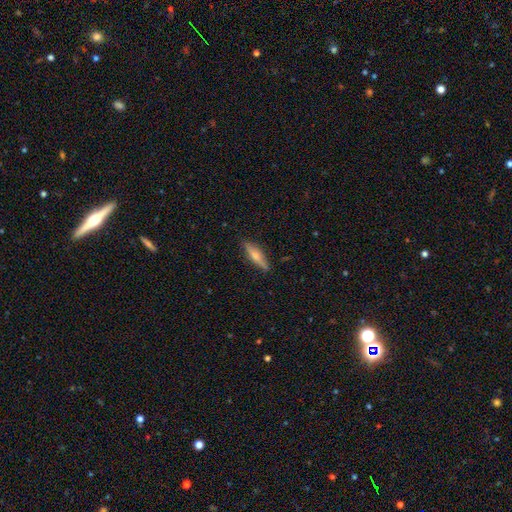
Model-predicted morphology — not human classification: This is possibly a smooth galaxy (49%). Merging: clearly none (86%).